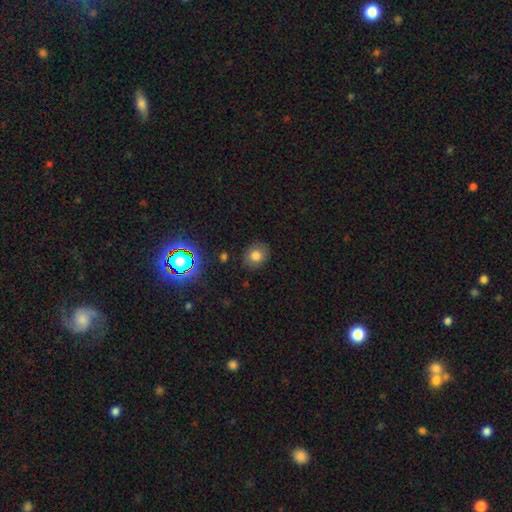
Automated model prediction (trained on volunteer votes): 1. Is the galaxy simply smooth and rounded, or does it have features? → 76% smooth, 15% star or artifact, 9% featured or disk.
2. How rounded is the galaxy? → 64% round, 35% in between, 1% cigar-shaped.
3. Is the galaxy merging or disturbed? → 84% none, 11% minor disturbance, 3% major disturbance, 2% merger.